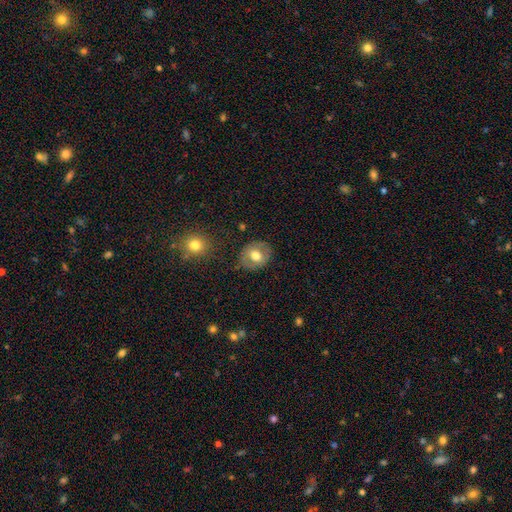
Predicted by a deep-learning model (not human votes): Overall: smooth (61%; featured or disk 32%). How rounded: round (68%; in between 31%). Merging: none (81%).